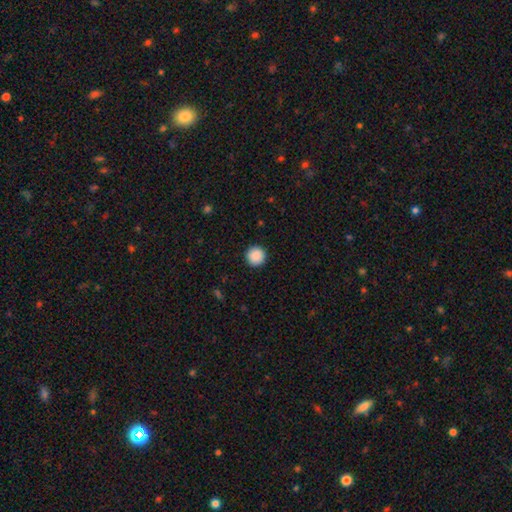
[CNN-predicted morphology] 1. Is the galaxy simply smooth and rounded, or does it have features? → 89% smooth, 8% star or artifact, 2% featured or disk.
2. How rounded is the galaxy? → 96% round, 3% in between, 1% cigar-shaped.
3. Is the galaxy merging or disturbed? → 93% none, 5% minor disturbance, 2% major disturbance, 1% merger.